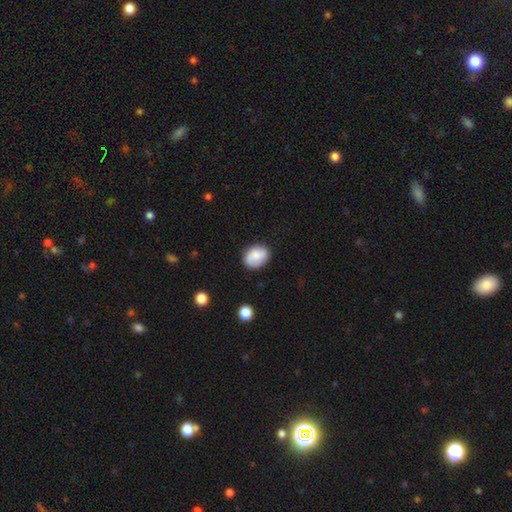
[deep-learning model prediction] A smooth galaxy with no disk features (75%) that is in between round and cigar-shaped (60%).

Vote fractions:
- Smooth or featured? smooth: 75% / featured or disk: 18% / star or artifact: 8%
- How rounded? in between: 60% / round: 39% / cigar-shaped: 1%
- Merging? none: 80% / minor disturbance: 15% / major disturbance: 3% / merger: 2%